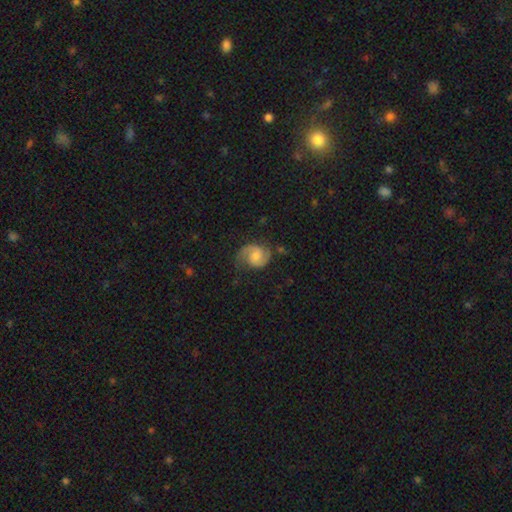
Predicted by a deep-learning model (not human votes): Smooth or featured?
  - featured or disk: 83% *
  - smooth: 11%
  - star or artifact: 6%
Edge-on disk?
  - no: 98% *
  - yes: 2%
Bar?
  - no: 53% *
  - weak: 40%
  - strong: 7%
Spiral arms?
  - yes: 97% *
  - no: 3%
Spiral winding?
  - medium: 54% *
  - tight: 25%
  - loose: 21%
Spiral arm count?
  - 2: 91% *
  - 1: 3%
  - can't tell: 3%
  - 3: 1%
  - 4: 1%
  - more than 4: 1%
Bulge size?
  - moderate: 47% *
  - small: 32%
  - none: 12%
  - large: 8%
  - dominant: 1%
Merging?
  - none: 73% *
  - minor disturbance: 19%
  - major disturbance: 7%
  - merger: 2%